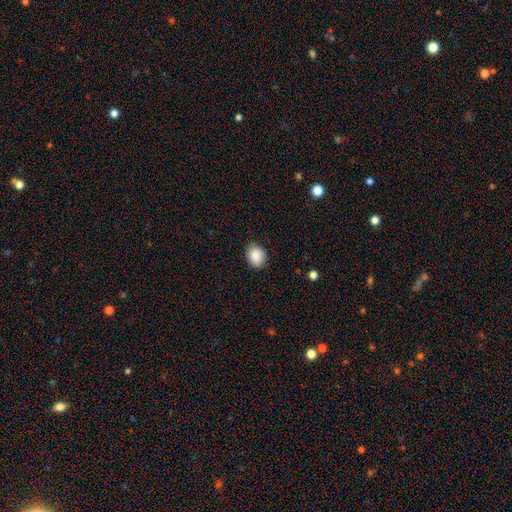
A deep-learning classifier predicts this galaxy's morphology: Smooth or featured? smooth (88%)
How rounded? in between (61%)
Merging? none (85%)